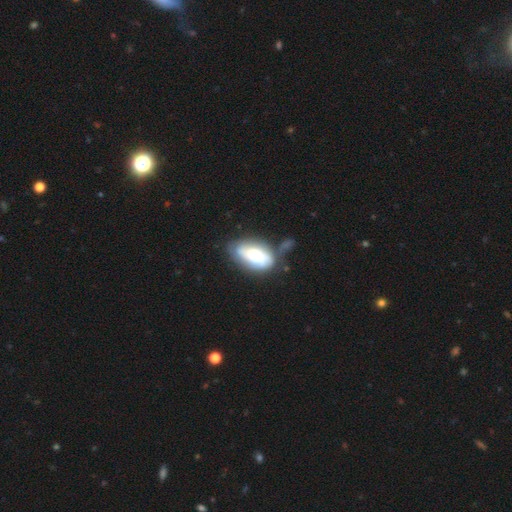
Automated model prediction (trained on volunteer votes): Smooth or featured: smooth — 50% (featured or disk — 42%)
How rounded: in between — 91% (round — 5%)
Merging: none — 39% (minor disturbance — 30%)